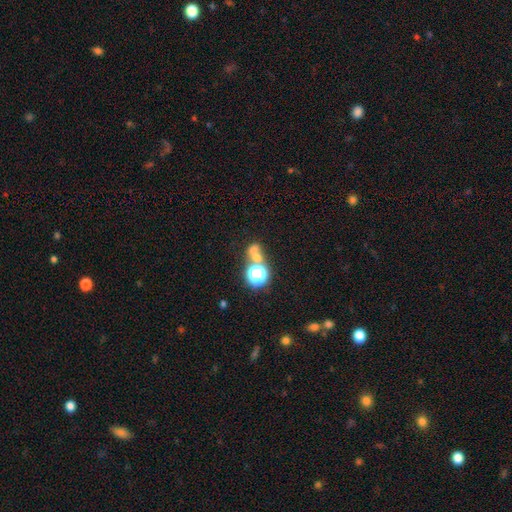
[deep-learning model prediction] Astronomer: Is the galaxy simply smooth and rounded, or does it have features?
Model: smooth — 52% (runner-up: star or artifact, 34%).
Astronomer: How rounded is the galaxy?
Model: round — 70%.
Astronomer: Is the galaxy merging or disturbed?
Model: merger — 48% (runner-up: none, 37%).